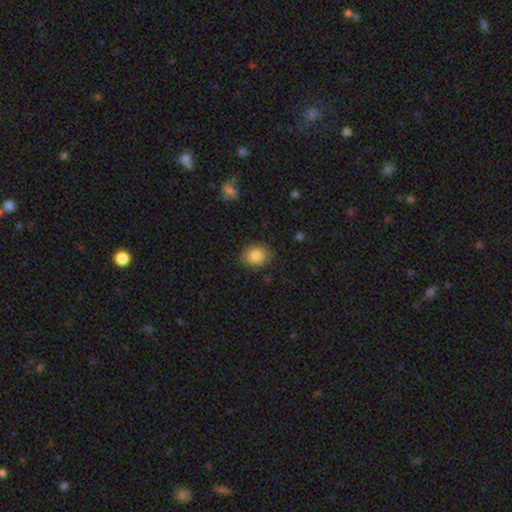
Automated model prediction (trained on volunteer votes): This is clearly a smooth galaxy (84%). How rounded: likely round (64%). Merging: clearly none (85%).